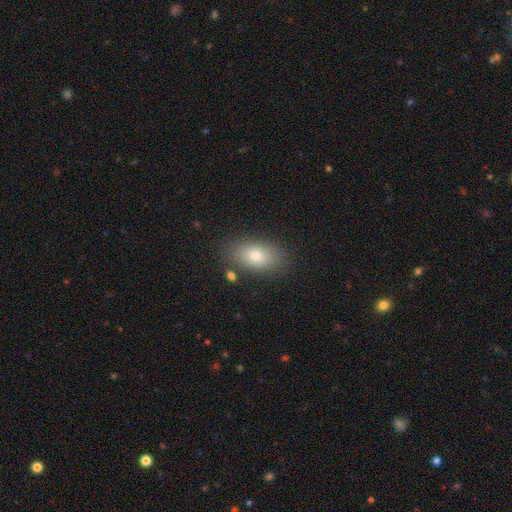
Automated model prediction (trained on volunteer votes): smooth-or-featured: smooth: 78% | featured or disk: 14% | star or artifact: 9%
  how-rounded: in between: 89% | round: 8% | cigar-shaped: 3%
  merging: none: 83% | minor disturbance: 11% | major disturbance: 3% | merger: 3%